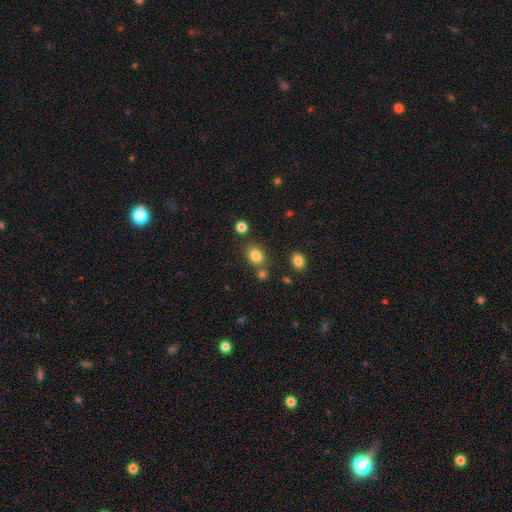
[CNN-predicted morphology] A smooth galaxy with no disk features (82%) that is in between round and cigar-shaped (56%). Merging: none (73%).